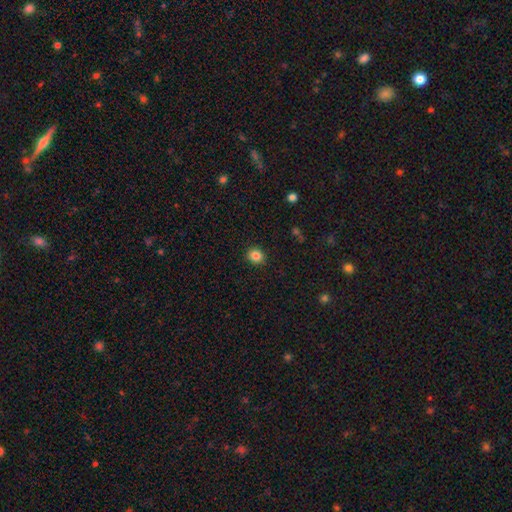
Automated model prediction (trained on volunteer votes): This is clearly a smooth galaxy (84%). How rounded: likely round (72%). Merging: clearly none (91%).